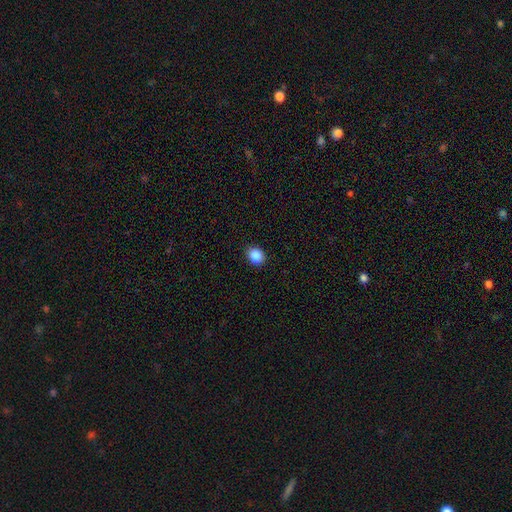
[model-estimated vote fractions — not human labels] This appears to be a smooth galaxy with no disk features (88%) that is round (57%). Merging: none (90%).